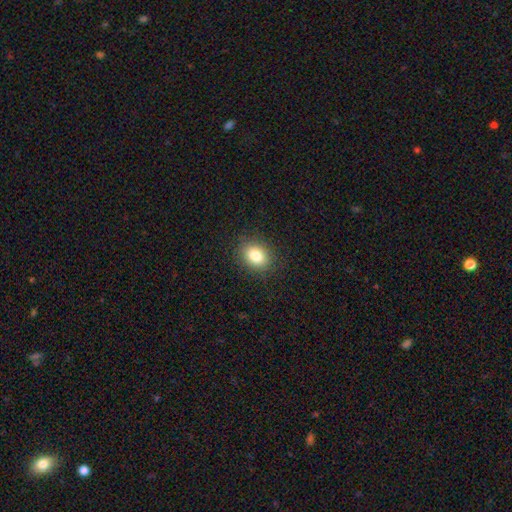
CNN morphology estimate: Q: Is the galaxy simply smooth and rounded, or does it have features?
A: smooth — 82%.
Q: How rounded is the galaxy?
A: in between — 54%.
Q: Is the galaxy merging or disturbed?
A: none — 88%.